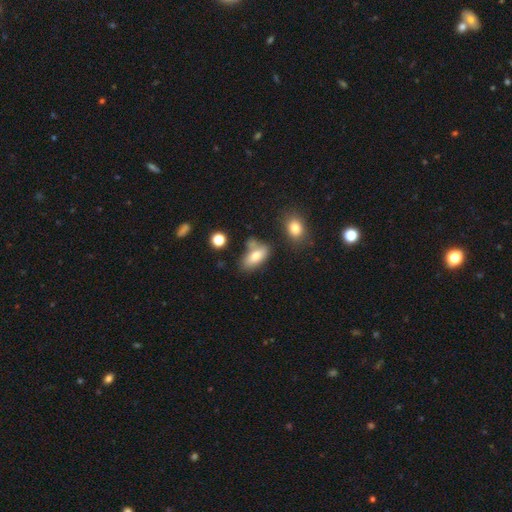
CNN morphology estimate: Smooth or featured: smooth — 73% (featured or disk — 18%)
How rounded: in between — 86% (cigar-shaped — 10%)
Merging: none — 55% (minor disturbance — 20%)